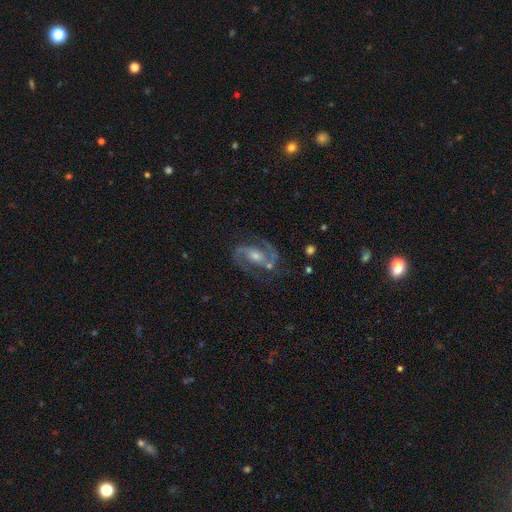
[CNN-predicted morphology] This is clearly a featured or disk galaxy (90%). It is clearly not viewed edge-on (97%). Bar: marginally weak (42%). Spiral arm pattern: clearly yes (98%). Spiral arm count: clearly 2 (93%). Spiral winding: likely medium (62%). Central bulge: possibly moderate (52%). Merging: likely none (75%).